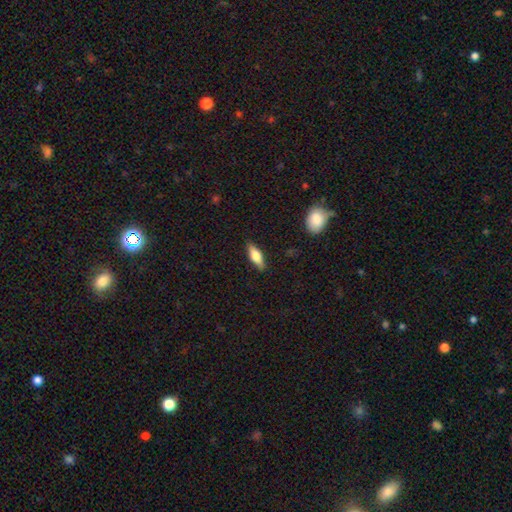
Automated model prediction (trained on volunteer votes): Overall: smooth (60%; featured or disk 34%). How rounded: in between (58%; cigar-shaped 39%). Merging: none (87%).